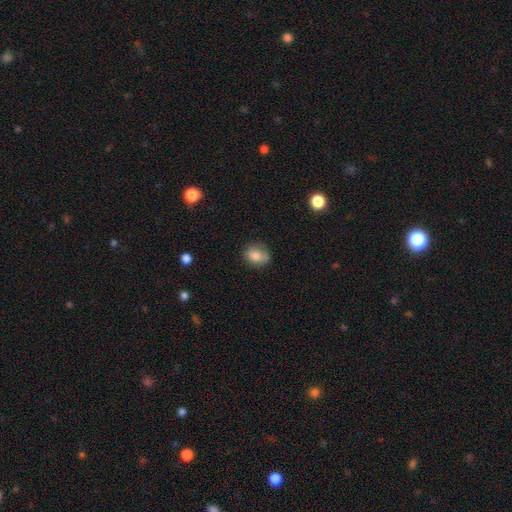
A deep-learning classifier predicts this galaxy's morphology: This is likely a smooth galaxy (77%). How rounded: possibly round (52%). Merging: likely none (66%).